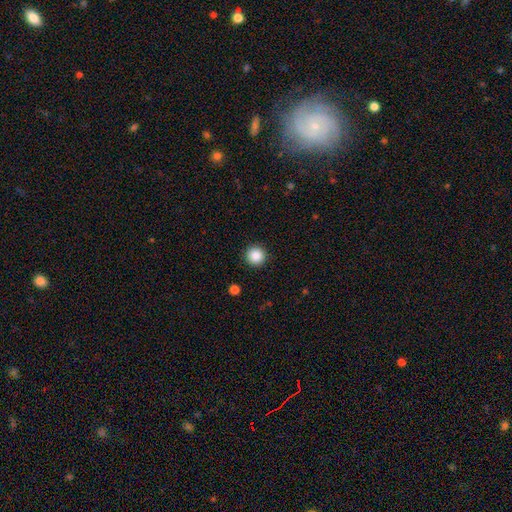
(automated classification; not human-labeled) smooth 87%, star or artifact 9%, featured or disk 3%. Down the decision tree: how rounded — round (96%); merging — none (92%).